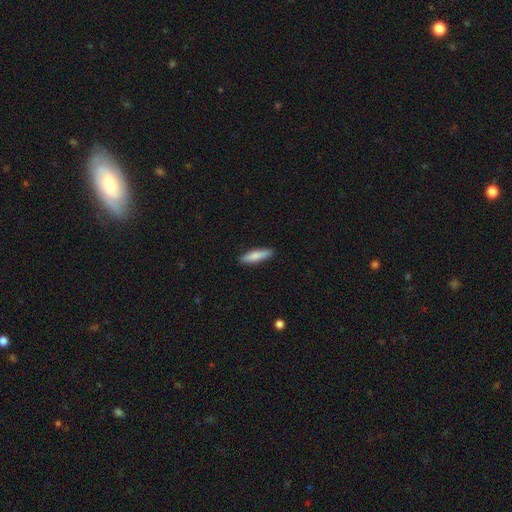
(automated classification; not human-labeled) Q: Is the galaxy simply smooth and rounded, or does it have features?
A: smooth — 81%.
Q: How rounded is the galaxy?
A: cigar-shaped — 73%.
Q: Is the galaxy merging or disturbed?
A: none — 90%.